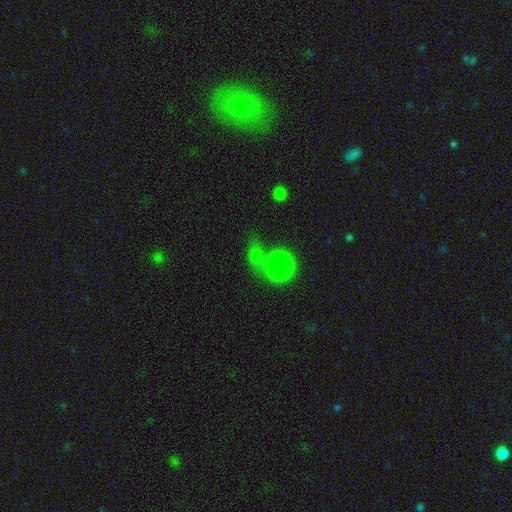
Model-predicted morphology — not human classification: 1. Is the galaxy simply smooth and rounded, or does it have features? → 79% smooth, 14% star or artifact, 8% featured or disk.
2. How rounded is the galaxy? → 73% round, 24% in between, 3% cigar-shaped.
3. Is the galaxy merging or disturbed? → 51% none, 30% merger, 11% minor disturbance, 8% major disturbance.